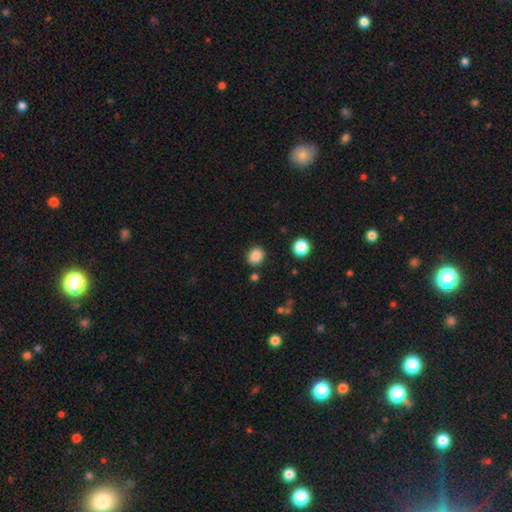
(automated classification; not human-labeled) smooth-or-featured: smooth: 86% | star or artifact: 11% | featured or disk: 4%
  how-rounded: round: 71% | in between: 28% | cigar-shaped: 1%
  merging: none: 86% | minor disturbance: 8% | merger: 3% | major disturbance: 3%